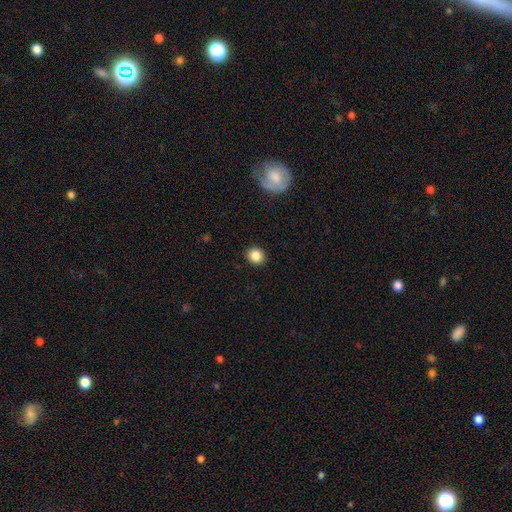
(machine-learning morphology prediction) This is clearly a smooth galaxy (86%). How rounded: clearly round (80%). Merging: clearly none (90%).